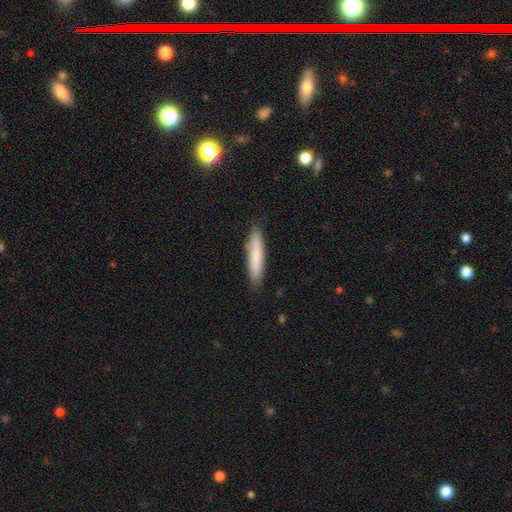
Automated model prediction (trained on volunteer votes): This appears to be a smooth galaxy with no disk features (80%) that is cigar-shaped (89%). Merging: none (88%).